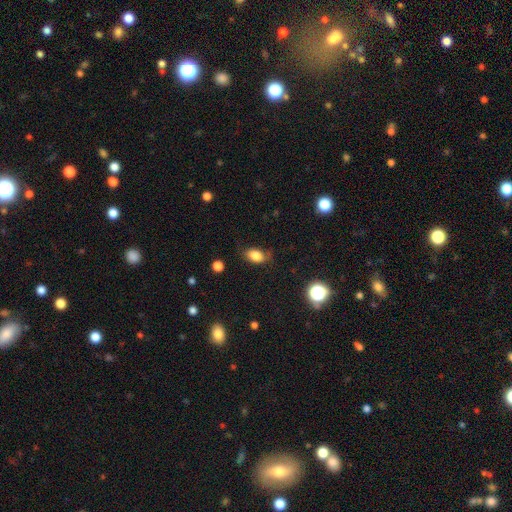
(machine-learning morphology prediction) This is clearly a smooth galaxy (83%). How rounded: clearly in between (86%). Merging: likely none (74%).